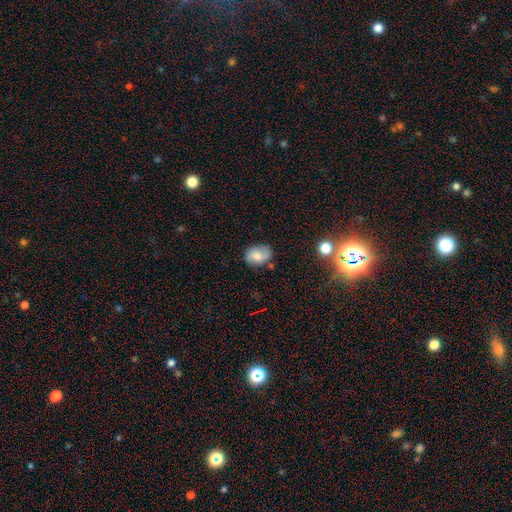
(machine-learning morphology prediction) Q: Smooth or featured?
A: smooth (54%); runner-up: featured or disk (36%)
Q: How rounded?
A: in between (63%); runner-up: round (36%)
Q: Merging?
A: none (65%); runner-up: minor disturbance (23%)